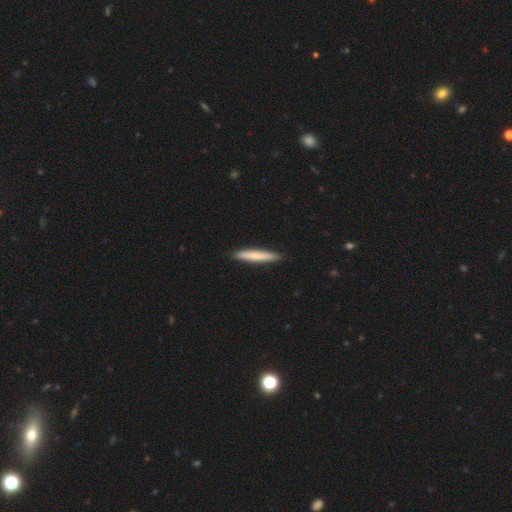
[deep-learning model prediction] This is likely a smooth galaxy (74%). How rounded: clearly cigar-shaped (94%). Merging: clearly none (91%).